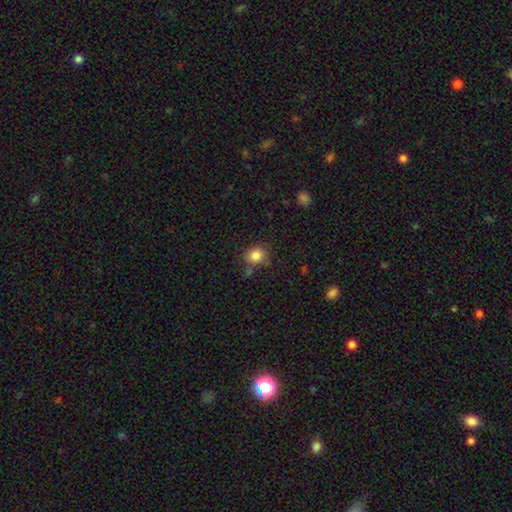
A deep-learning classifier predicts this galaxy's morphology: smooth-or-featured: smooth: 83% | star or artifact: 10% | featured or disk: 6%
  how-rounded: round: 74% | in between: 26% | cigar-shaped: 1%
  merging: none: 73% | minor disturbance: 16% | merger: 7% | major disturbance: 4%